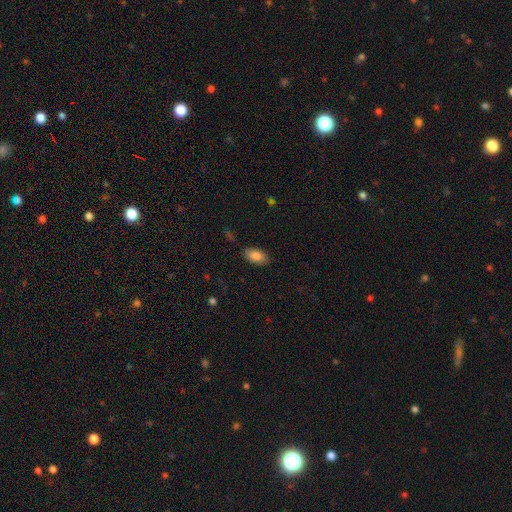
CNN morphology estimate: Smooth or featured?
  - smooth: 86% *
  - star or artifact: 8%
  - featured or disk: 7%
How rounded?
  - in between: 93% *
  - round: 5%
  - cigar-shaped: 3%
Merging?
  - none: 84% *
  - minor disturbance: 11%
  - major disturbance: 3%
  - merger: 1%